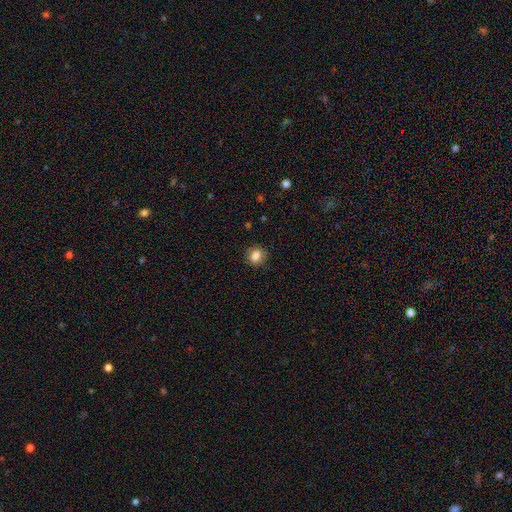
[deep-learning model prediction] A smooth galaxy with no disk features (85%) that is round (67%). Merging: none (85%).